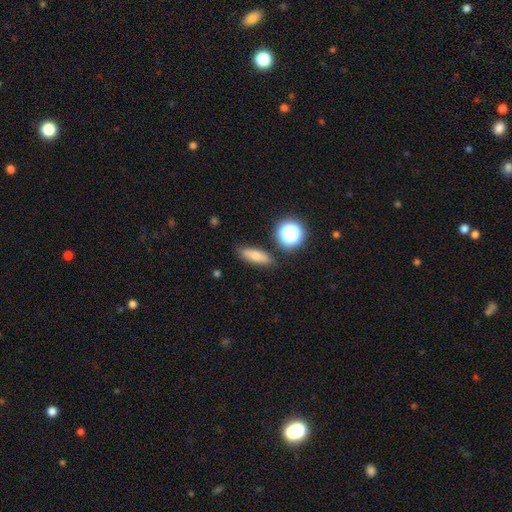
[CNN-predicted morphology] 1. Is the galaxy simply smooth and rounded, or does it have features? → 75% smooth, 13% featured or disk, 12% star or artifact.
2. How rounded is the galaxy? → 50% in between, 39% cigar-shaped, 11% round.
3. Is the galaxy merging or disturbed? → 83% none, 11% minor disturbance, 3% merger, 3% major disturbance.